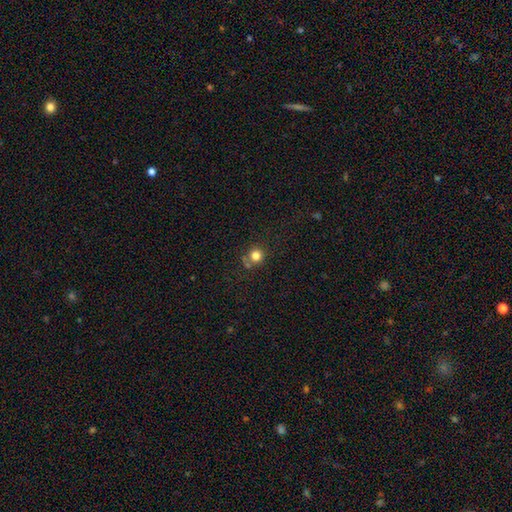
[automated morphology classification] Smooth or featured? Predicted: smooth (p=0.79). How rounded? Predicted: round (p=0.91). Merging? Predicted: none (p=0.70).